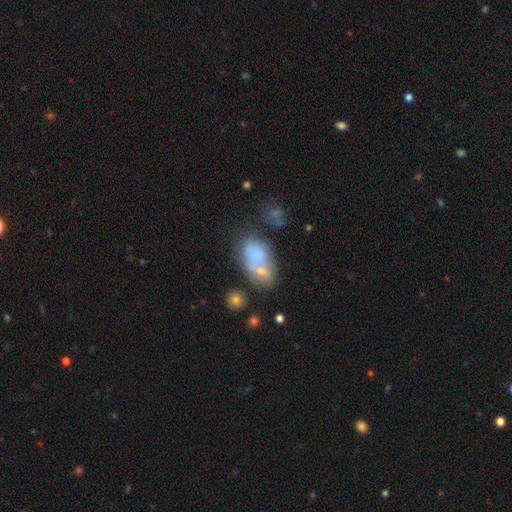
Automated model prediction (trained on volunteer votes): smooth 63%, featured or disk 26%, star or artifact 10%. Down the decision tree: how rounded — in between (87%); merging — merger (36%).